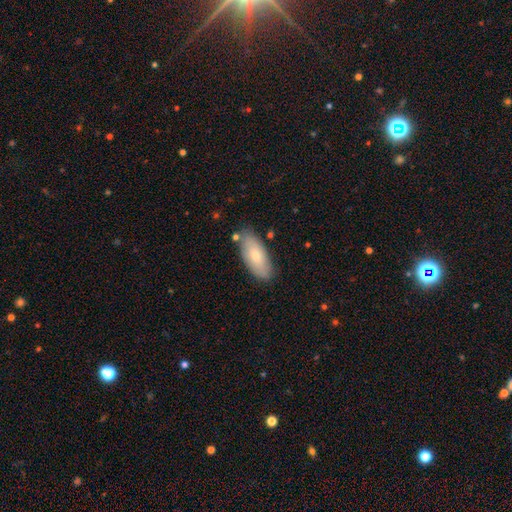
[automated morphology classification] smooth 73%, featured or disk 21%, star or artifact 6%. Down the decision tree: how rounded — in between (86%); merging — none (80%).